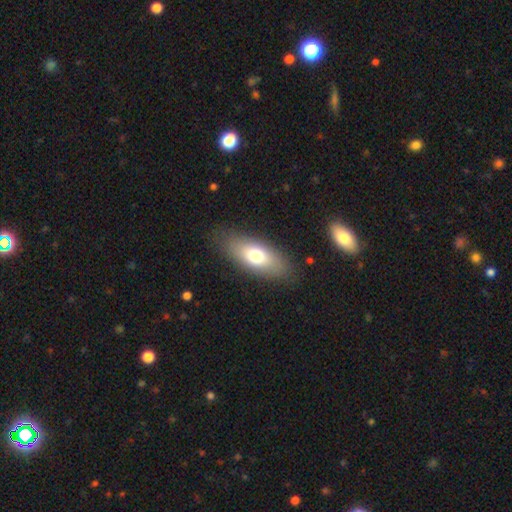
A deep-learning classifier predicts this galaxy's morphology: smooth-or-featured: smooth: 70% | featured or disk: 22% | star or artifact: 8%
  how-rounded: in between: 83% | cigar-shaped: 13% | round: 4%
  merging: none: 83% | minor disturbance: 12% | major disturbance: 4% | merger: 1%